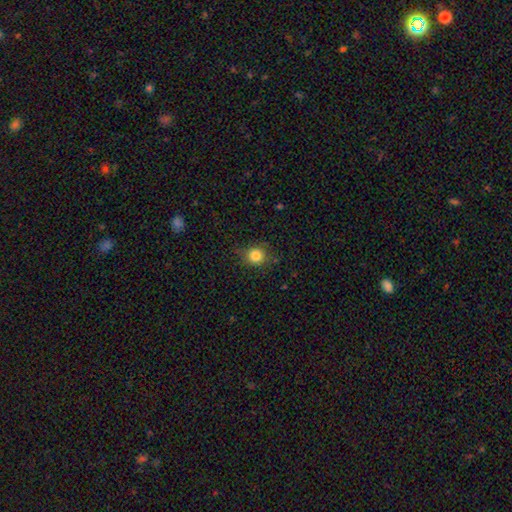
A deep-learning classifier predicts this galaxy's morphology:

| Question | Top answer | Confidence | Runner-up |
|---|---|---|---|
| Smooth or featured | smooth | 83% | star or artifact (11%) |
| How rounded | round | 84% | in between (15%) |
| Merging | none | 81% | minor disturbance (14%) |